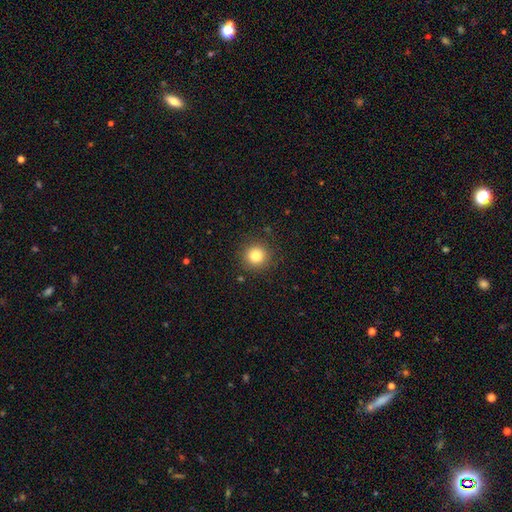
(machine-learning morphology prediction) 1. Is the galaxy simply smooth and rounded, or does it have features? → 82% smooth, 12% star or artifact, 6% featured or disk.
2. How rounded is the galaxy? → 94% round, 5% in between, 1% cigar-shaped.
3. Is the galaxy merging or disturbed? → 89% none, 7% minor disturbance, 3% major disturbance, 1% merger.